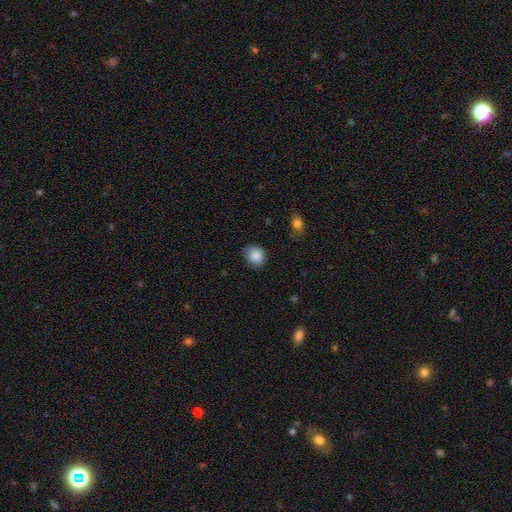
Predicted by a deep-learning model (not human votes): Smooth or featured? smooth (86%)
How rounded? round (68%)
Merging? none (69%)